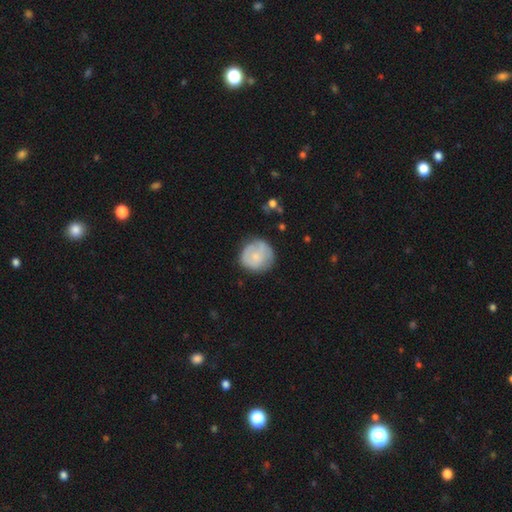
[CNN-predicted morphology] A smooth galaxy with no disk features (60%) that is round (90%). Merging: none (68%).